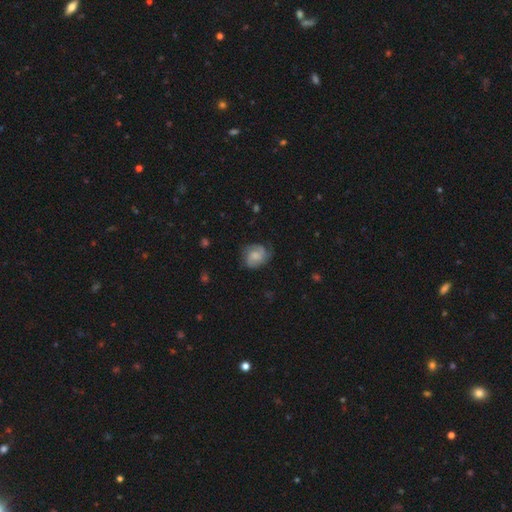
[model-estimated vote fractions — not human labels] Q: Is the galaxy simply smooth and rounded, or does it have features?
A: featured or disk — 49%.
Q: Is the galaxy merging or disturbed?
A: none — 64%.